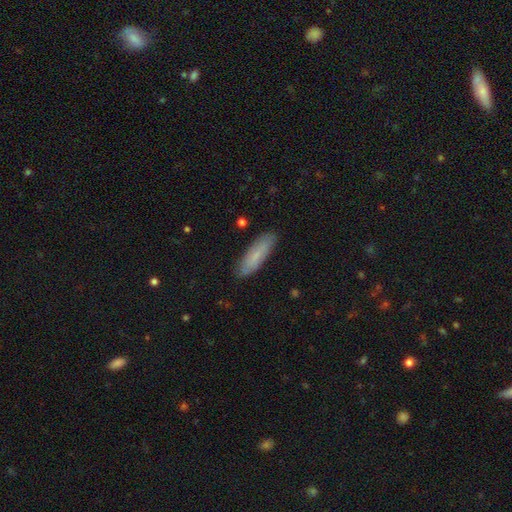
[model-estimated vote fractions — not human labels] Smooth or featured?
  - smooth: 72% *
  - featured or disk: 22%
  - star or artifact: 7%
How rounded?
  - cigar-shaped: 59% *
  - in between: 39%
  - round: 2%
Merging?
  - none: 86% *
  - minor disturbance: 11%
  - major disturbance: 2%
  - merger: 1%